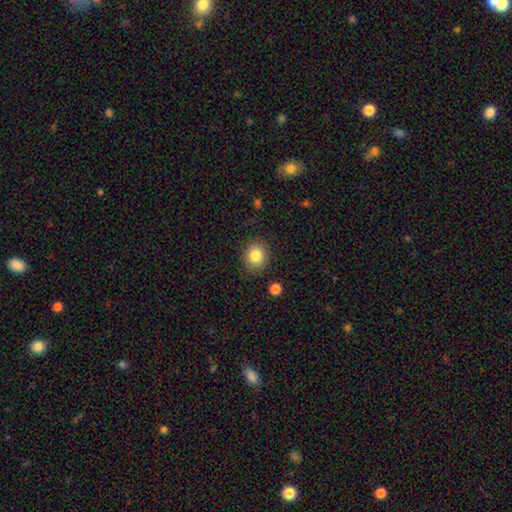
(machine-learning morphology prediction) type=smooth (85%); roundness=round (65%); merging=none (84%).